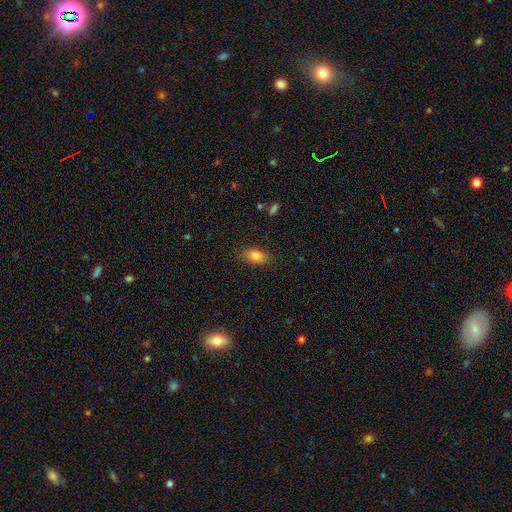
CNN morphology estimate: A smooth galaxy with no disk features (84%) that is in between round and cigar-shaped (88%).

Vote fractions:
- Smooth or featured? smooth: 84% / star or artifact: 9% / featured or disk: 7%
- How rounded? in between: 88% / round: 8% / cigar-shaped: 3%
- Merging? none: 84% / minor disturbance: 12% / major disturbance: 3% / merger: 1%